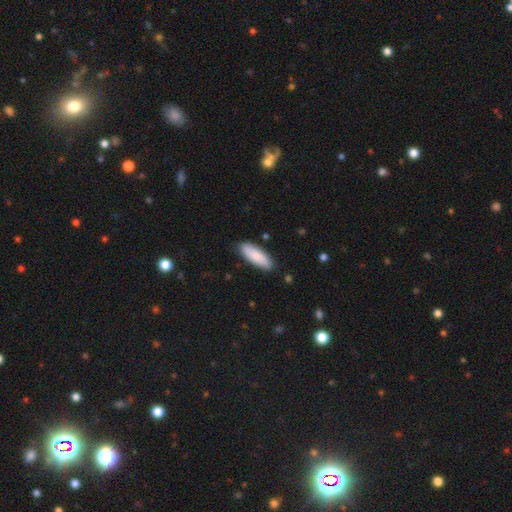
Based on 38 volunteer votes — Smooth or featured: smooth — 89% (star or artifact — 8%)
How rounded: cigar-shaped — 53% (in between — 47%)
Merging: none — 80% (minor disturbance — 14%)